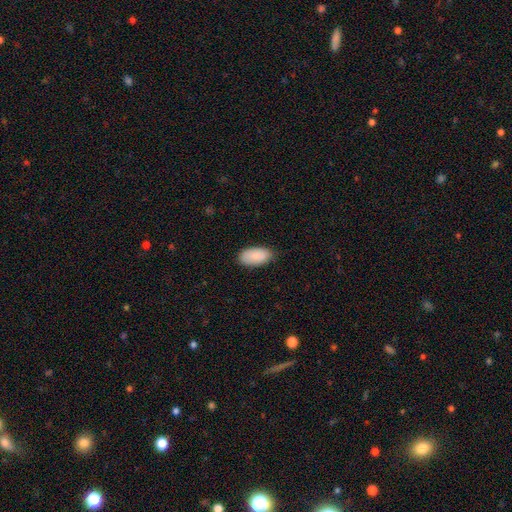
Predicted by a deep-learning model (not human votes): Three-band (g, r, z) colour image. It shows a smooth galaxy with no disk features (85%) that is in between round and cigar-shaped (95%). Merging: none (82%).